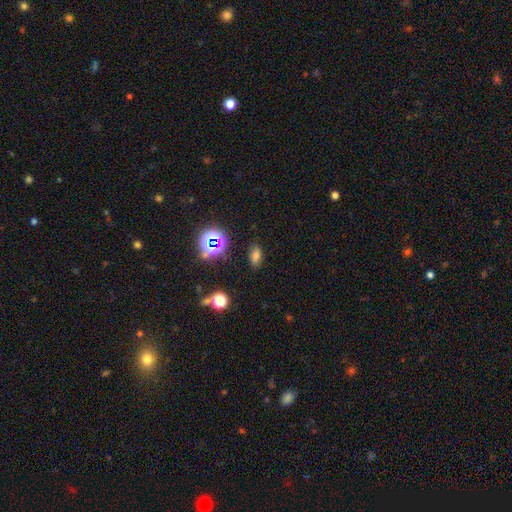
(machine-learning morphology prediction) smooth-or-featured: smooth: 68% | star or artifact: 24% | featured or disk: 8%
  how-rounded: in between: 85% | round: 10% | cigar-shaped: 5%
  merging: none: 84% | minor disturbance: 10% | major disturbance: 3% | merger: 2%